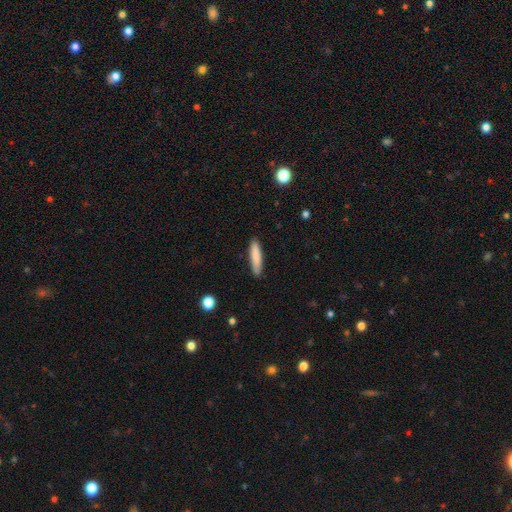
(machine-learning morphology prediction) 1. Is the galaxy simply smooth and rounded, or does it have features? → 82% smooth, 12% featured or disk, 6% star or artifact.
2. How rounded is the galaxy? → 83% cigar-shaped, 16% in between, 1% round.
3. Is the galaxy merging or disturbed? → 86% none, 11% minor disturbance, 2% major disturbance, 1% merger.